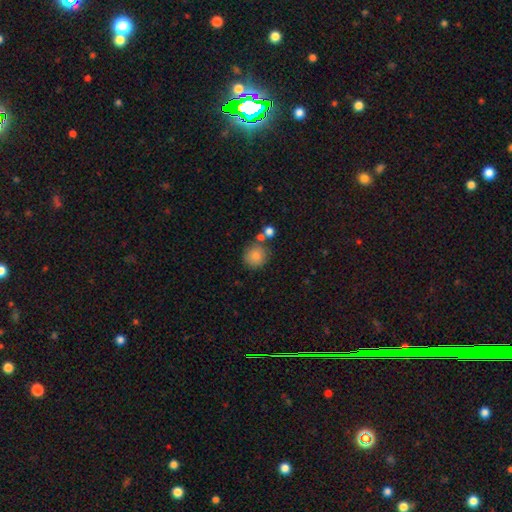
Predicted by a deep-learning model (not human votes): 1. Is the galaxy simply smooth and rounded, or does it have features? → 82% smooth, 10% star or artifact, 8% featured or disk.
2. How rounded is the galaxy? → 90% round, 9% in between, 1% cigar-shaped.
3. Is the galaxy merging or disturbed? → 69% none, 16% merger, 11% minor disturbance, 4% major disturbance.